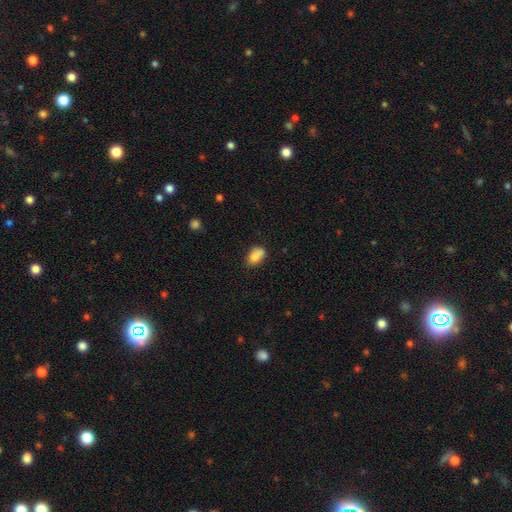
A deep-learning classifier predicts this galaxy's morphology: Smooth or featured?
  - smooth: 79% *
  - featured or disk: 12%
  - star or artifact: 9%
How rounded?
  - in between: 77% *
  - round: 21%
  - cigar-shaped: 2%
Merging?
  - none: 44% *
  - merger: 31%
  - minor disturbance: 19%
  - major disturbance: 6%